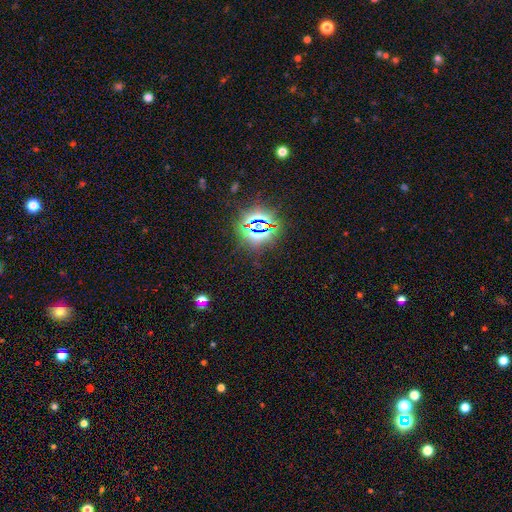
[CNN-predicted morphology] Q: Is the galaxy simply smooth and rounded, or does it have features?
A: star or artifact — 83%.